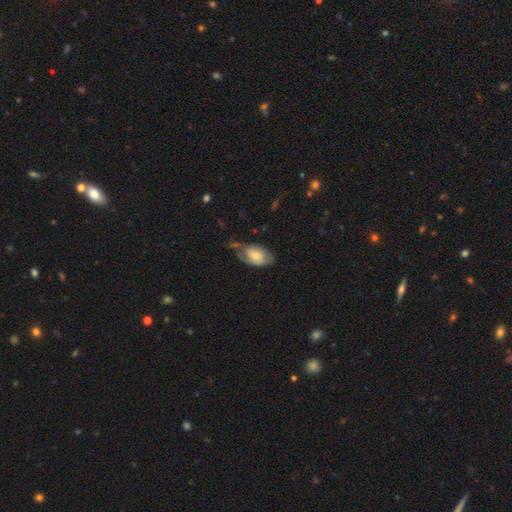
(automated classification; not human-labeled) Smooth or featured? smooth (64%)
How rounded? in between (91%)
Merging? none (36%)